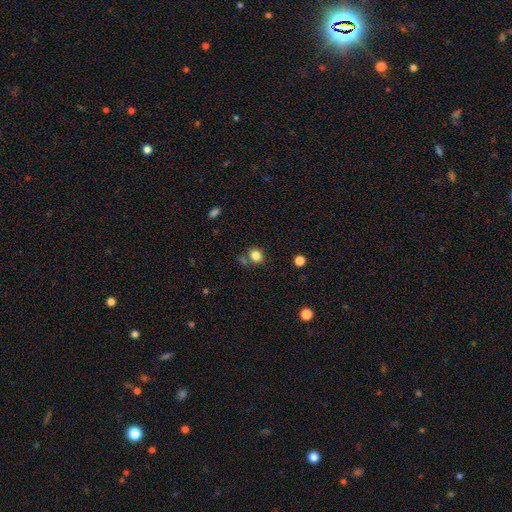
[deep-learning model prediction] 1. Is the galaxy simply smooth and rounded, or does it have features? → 83% smooth, 12% star or artifact, 6% featured or disk.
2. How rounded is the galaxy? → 70% round, 29% in between, 1% cigar-shaped.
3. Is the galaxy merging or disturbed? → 70% none, 13% merger, 12% minor disturbance, 4% major disturbance.